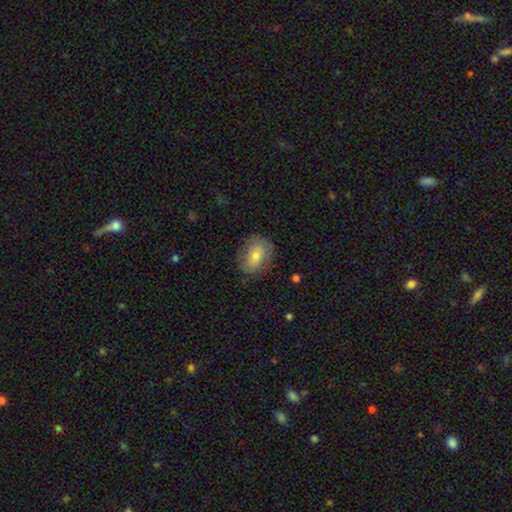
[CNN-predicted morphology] This is likely a smooth galaxy (66%). How rounded: likely in between (77%). Merging: likely none (75%).